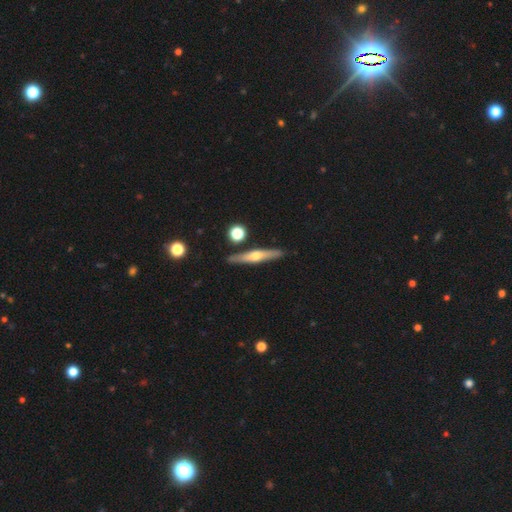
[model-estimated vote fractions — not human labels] Overall: featured or disk (61%; smooth 32%). Edge-on disk: yes (95%). Edge-on bulge: rounded (89%). Merging: none (87%).